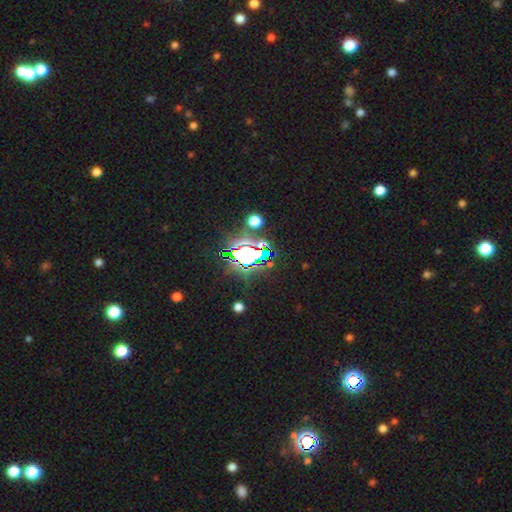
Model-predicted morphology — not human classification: Smooth or featured? Predicted: star or artifact (p=0.70).